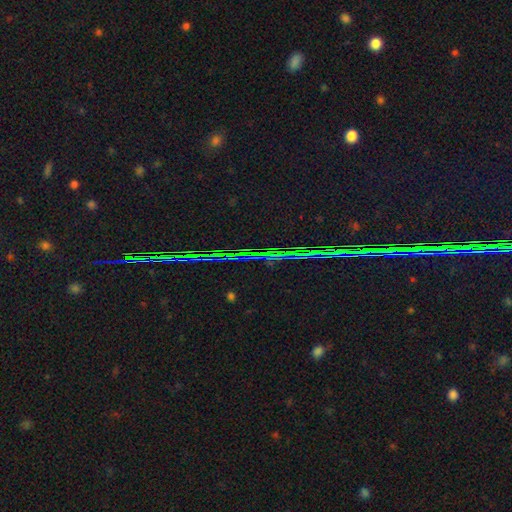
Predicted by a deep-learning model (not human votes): Smooth or featured?
  - star or artifact: 80% *
  - featured or disk: 11%
  - smooth: 9%